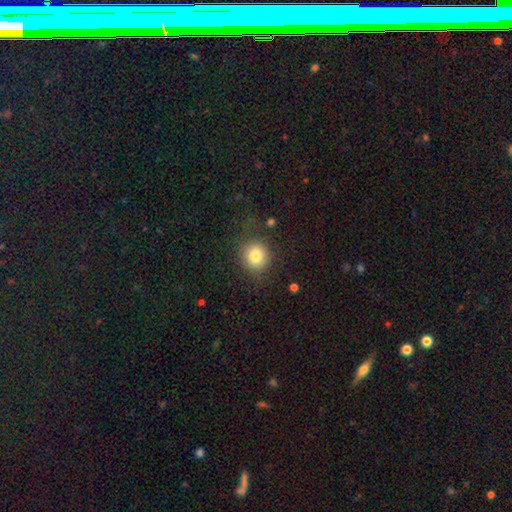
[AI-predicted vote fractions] Smooth or featured?
  - smooth: 80% *
  - star or artifact: 11%
  - featured or disk: 9%
How rounded?
  - round: 84% *
  - in between: 15%
  - cigar-shaped: 1%
Merging?
  - none: 78% *
  - minor disturbance: 13%
  - major disturbance: 7%
  - merger: 2%